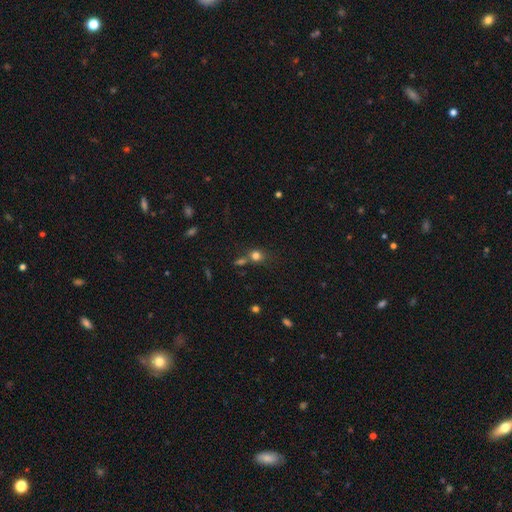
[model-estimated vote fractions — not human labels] Q: Smooth or featured?
A: smooth (76%); runner-up: star or artifact (16%)
Q: How rounded?
A: round (78%); runner-up: in between (20%)
Q: Merging?
A: none (58%); runner-up: merger (24%)